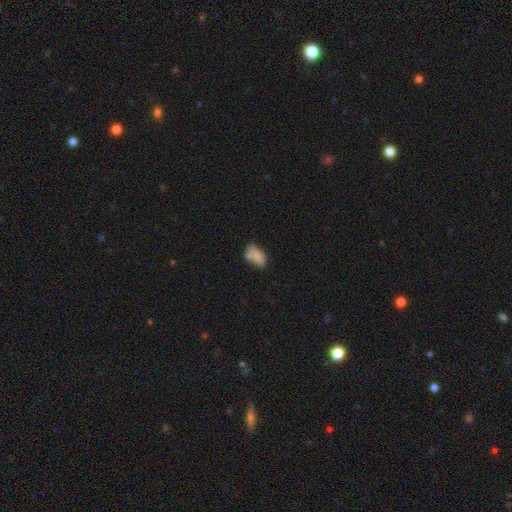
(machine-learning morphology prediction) smooth_or_featured: smooth (p=0.70) [alt: featured or disk p=0.21]
how_rounded: in between (p=0.89) [alt: round p=0.07]
merging: none (p=0.38) [alt: merger p=0.31]